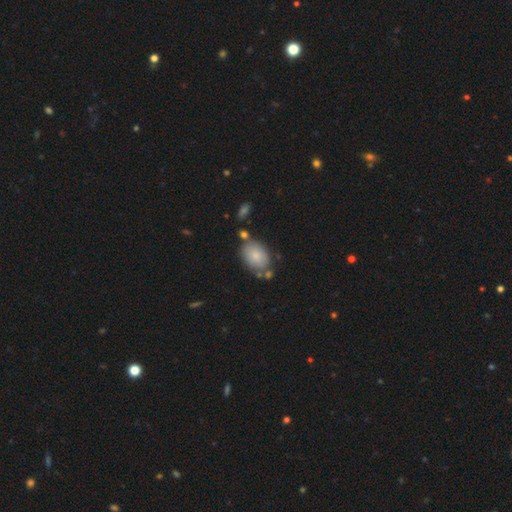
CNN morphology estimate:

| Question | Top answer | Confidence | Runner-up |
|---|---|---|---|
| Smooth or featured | smooth | 82% | featured or disk (12%) |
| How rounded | in between | 85% | round (14%) |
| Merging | none | 67% | minor disturbance (18%) |